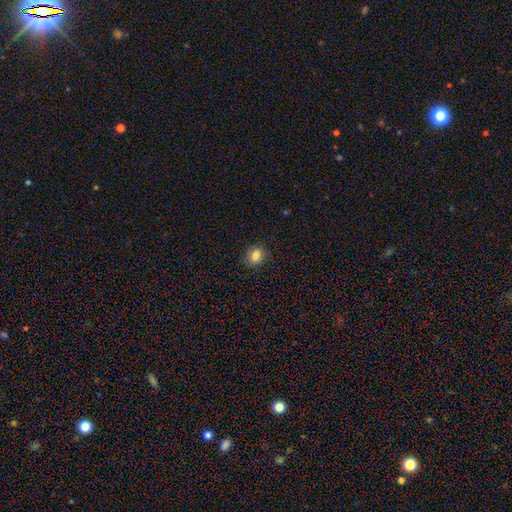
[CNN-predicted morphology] The model was most divided on "how rounded": in between: 51%, round: 48%, cigar-shaped: 1%. More confident: merging — none (85%); smooth or featured — smooth (85%).